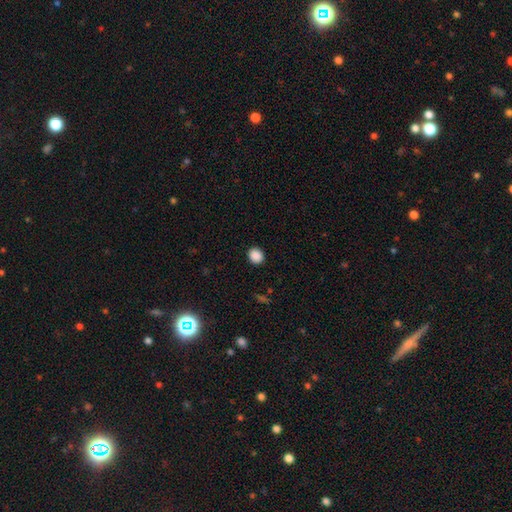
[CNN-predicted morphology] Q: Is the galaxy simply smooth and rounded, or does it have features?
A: smooth — 89%.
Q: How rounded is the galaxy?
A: round — 71%.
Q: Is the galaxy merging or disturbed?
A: none — 91%.